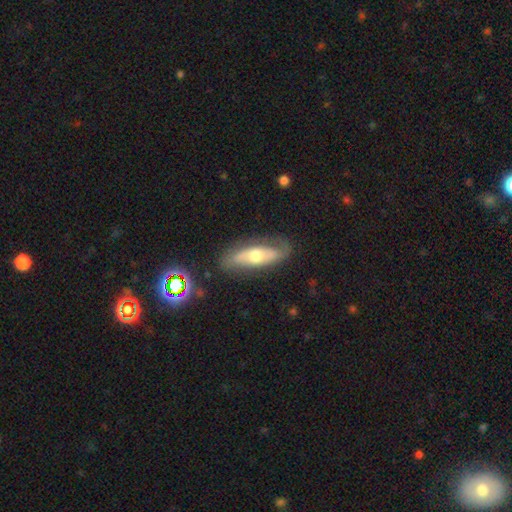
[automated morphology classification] smooth-or-featured: featured or disk: 60% | smooth: 32% | star or artifact: 7%
  disk-edge-on: no: 70% | yes: 30%
  merging: none: 72% | minor disturbance: 18% | major disturbance: 7% | merger: 2%